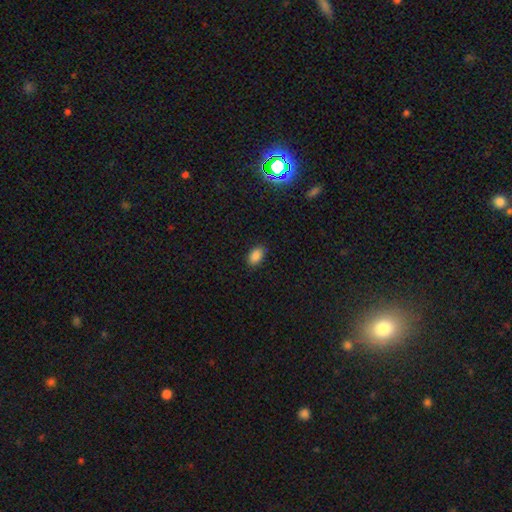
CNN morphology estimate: Smooth or featured? Predicted: smooth (p=0.87). How rounded? Predicted: in between (p=0.88). Merging? Predicted: none (p=0.86).